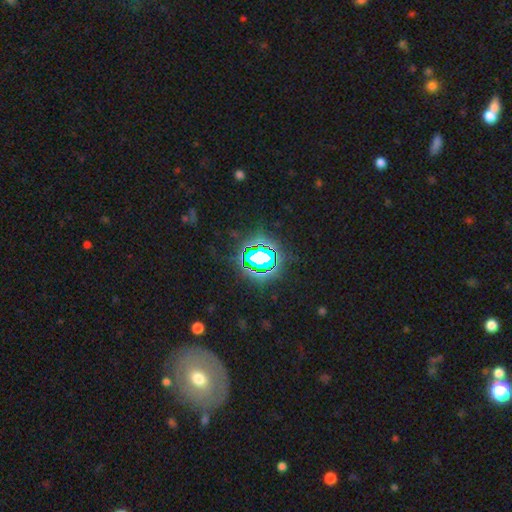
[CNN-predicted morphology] Smooth or featured? star or artifact (70%)